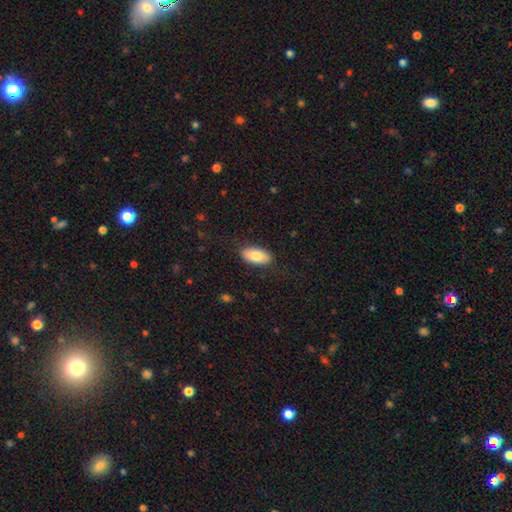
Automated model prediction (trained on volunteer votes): smooth 82%, featured or disk 12%, star or artifact 6%. Down the decision tree: how rounded — in between (93%); merging — none (84%).